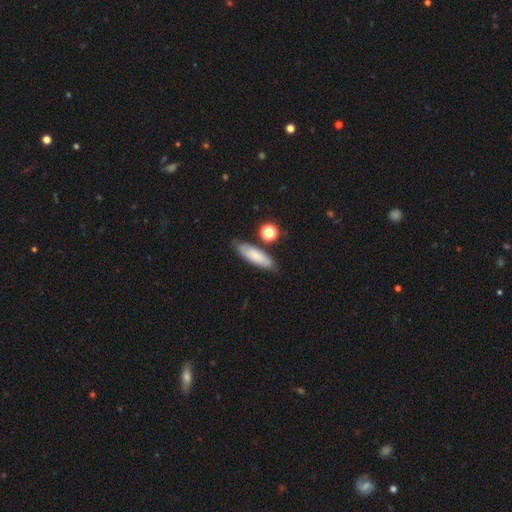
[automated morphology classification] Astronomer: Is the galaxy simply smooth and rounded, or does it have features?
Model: smooth — 67%.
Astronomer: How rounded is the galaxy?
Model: cigar-shaped — 50% (runner-up: in between, 48%).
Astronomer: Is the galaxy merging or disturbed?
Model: none — 73%.